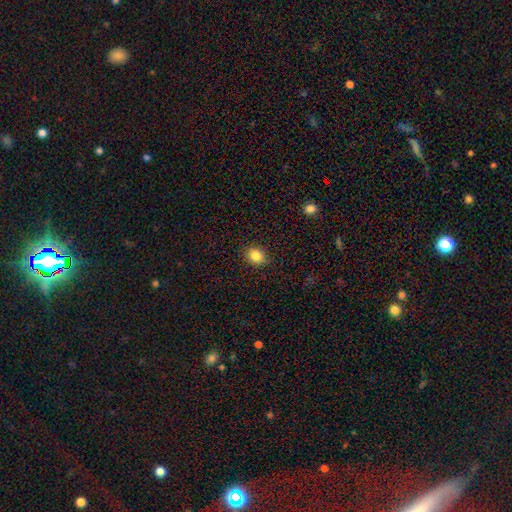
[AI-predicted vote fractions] Morphology: type=smooth (85%); roundness=round (60%); merging=none (89%).